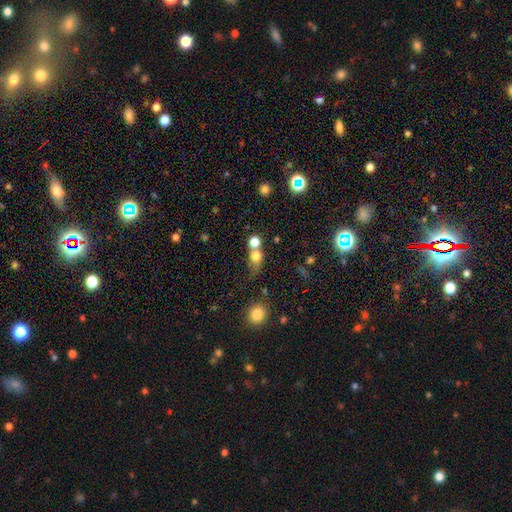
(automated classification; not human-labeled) A smooth galaxy with no disk features (73%) that is round (64%).

Vote fractions:
- Smooth or featured? smooth: 73% / star or artifact: 14% / featured or disk: 12%
- How rounded? round: 64% / in between: 32% / cigar-shaped: 4%
- Merging? merger: 41% / none: 37% / minor disturbance: 13% / major disturbance: 9%